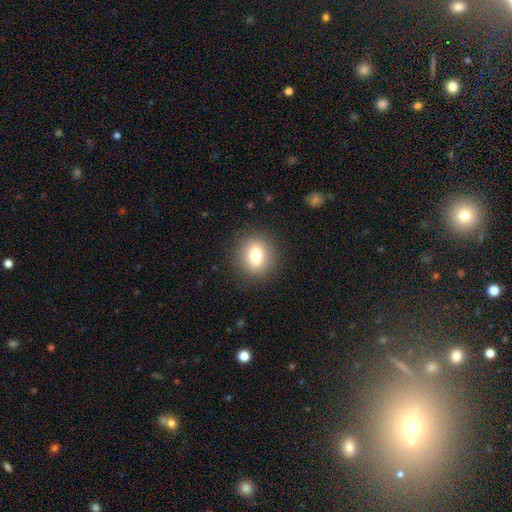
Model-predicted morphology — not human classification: A smooth galaxy with no disk features (77%) that is round (72%). Merging: none (88%).